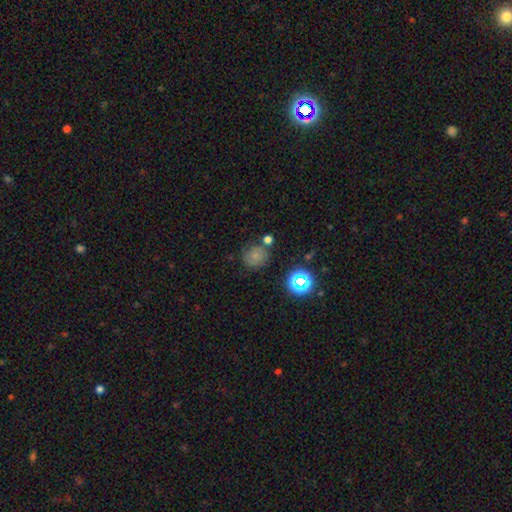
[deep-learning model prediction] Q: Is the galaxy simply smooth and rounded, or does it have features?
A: smooth — 66%.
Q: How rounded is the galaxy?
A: round — 82%.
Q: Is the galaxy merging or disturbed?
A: none — 67%.